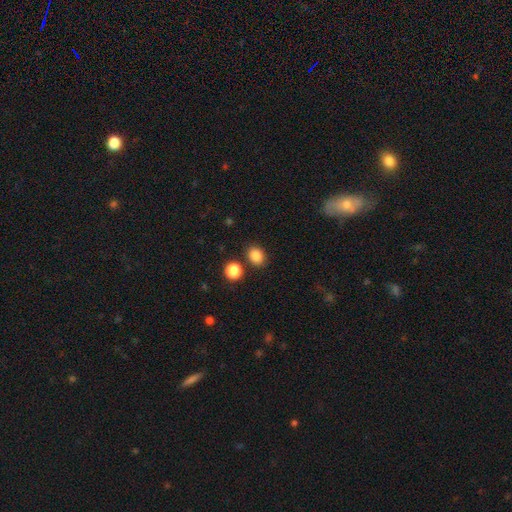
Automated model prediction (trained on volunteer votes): smooth 85%, star or artifact 11%, featured or disk 4%. Down the decision tree: how rounded — round (51%); merging — none (82%).